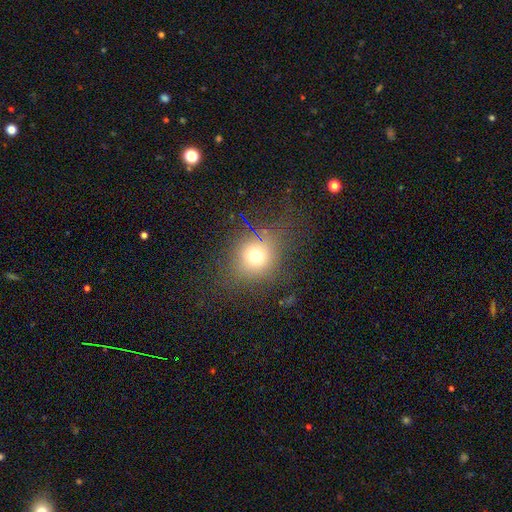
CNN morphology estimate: Smooth or featured? Predicted: smooth (p=0.67). How rounded? Predicted: round (p=0.79). Merging? Predicted: none (p=0.76).